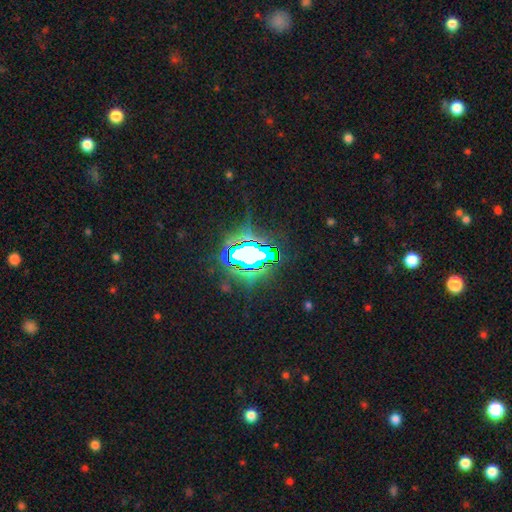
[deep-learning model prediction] Smooth or featured? star or artifact (81%)